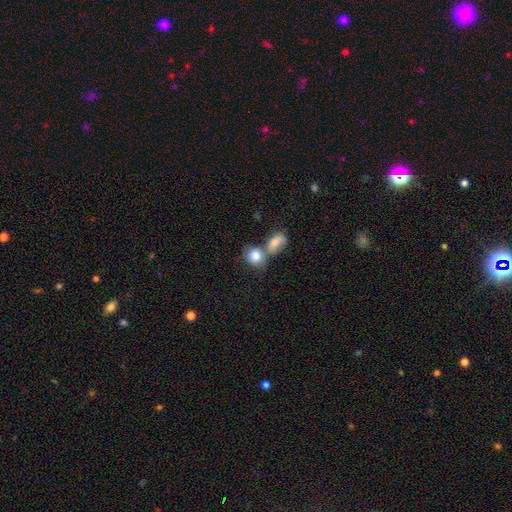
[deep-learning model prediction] Smooth or featured?
  - smooth: 82% *
  - featured or disk: 10%
  - star or artifact: 8%
How rounded?
  - round: 65% *
  - in between: 33%
  - cigar-shaped: 2%
Merging?
  - merger: 49% *
  - none: 37%
  - minor disturbance: 10%
  - major disturbance: 4%